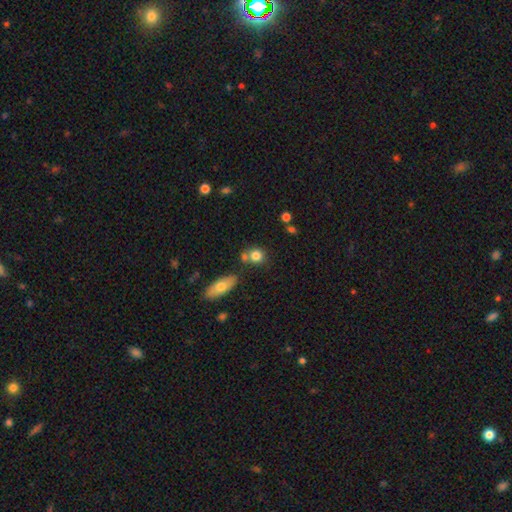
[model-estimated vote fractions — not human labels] A smooth galaxy with no disk features (81%) that is round (78%).

Vote fractions:
- Smooth or featured? smooth: 81% / star or artifact: 10% / featured or disk: 9%
- How rounded? round: 78% / in between: 20% / cigar-shaped: 2%
- Merging? none: 61% / merger: 23% / minor disturbance: 12% / major disturbance: 4%